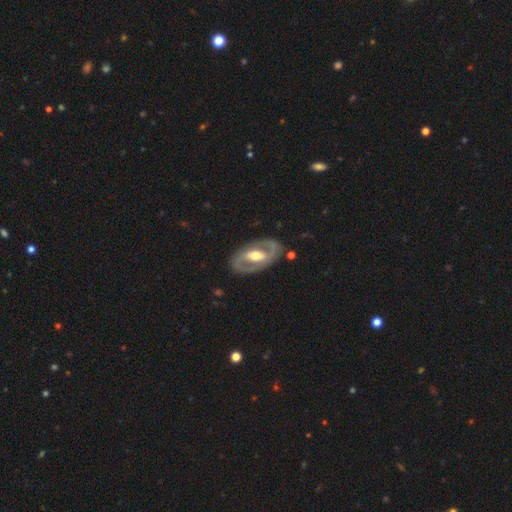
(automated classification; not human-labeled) Smooth or featured?
  - featured or disk: 82% *
  - smooth: 14%
  - star or artifact: 4%
Edge-on disk?
  - no: 95% *
  - yes: 5%
Bar?
  - strong: 38% *
  - weak: 36%
  - no: 26%
Spiral arms?
  - yes: 78% *
  - no: 22%
Spiral winding?
  - medium: 50% *
  - tight: 33%
  - loose: 18%
Spiral arm count?
  - 2: 87% *
  - can't tell: 6%
  - 1: 3%
  - 3: 1%
  - 4: 1%
  - more than 4: 1%
Bulge size?
  - moderate: 70% *
  - small: 16%
  - large: 12%
  - none: 1%
  - dominant: 1%
Merging?
  - none: 83% *
  - minor disturbance: 11%
  - major disturbance: 4%
  - merger: 2%